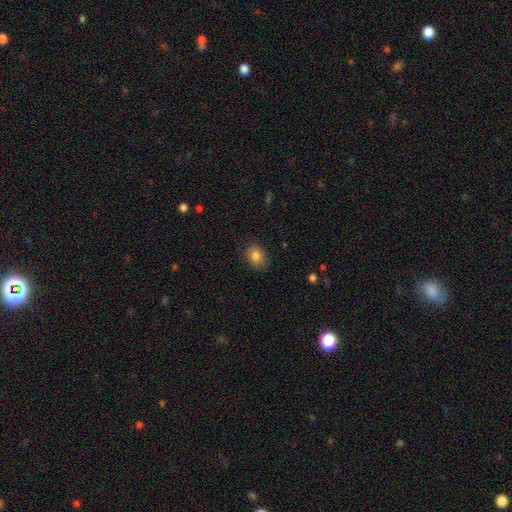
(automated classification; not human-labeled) Smooth or featured? Predicted: smooth (p=0.82). How rounded? Predicted: in between (p=0.62). Merging? Predicted: none (p=0.83).